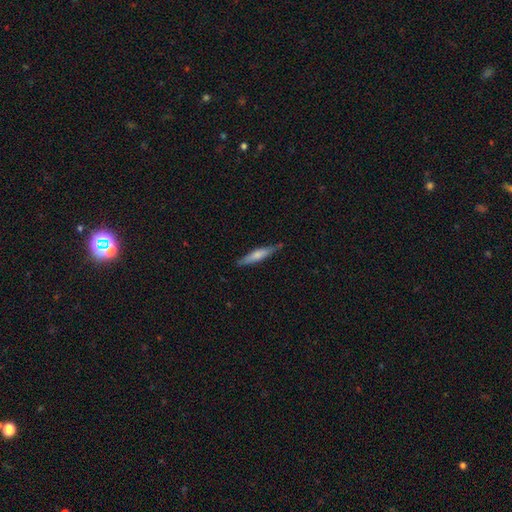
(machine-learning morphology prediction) Overall: smooth (52%; featured or disk 42%). How rounded: cigar-shaped (89%). Merging: none (84%).